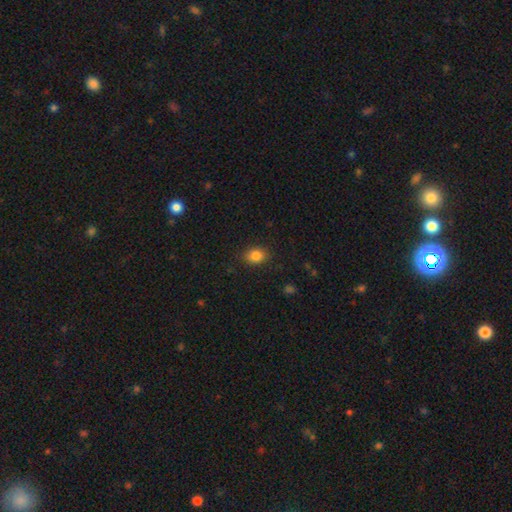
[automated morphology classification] Smooth or featured: smooth — 85% (star or artifact — 10%)
How rounded: in between — 54% (round — 45%)
Merging: none — 86% (minor disturbance — 10%)